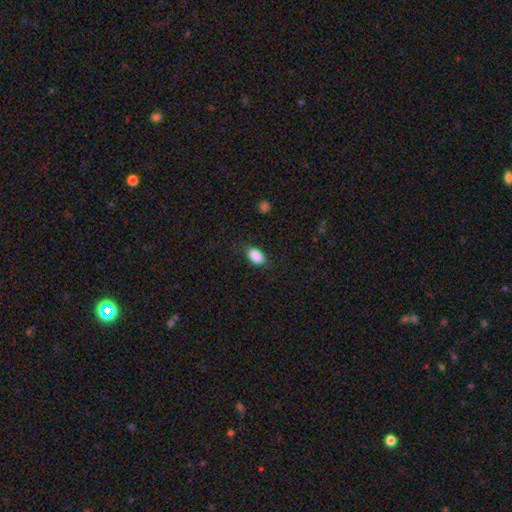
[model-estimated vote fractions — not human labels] This appears to be a smooth galaxy with no disk features (89%) that is in between round and cigar-shaped (91%). Merging: none (82%).